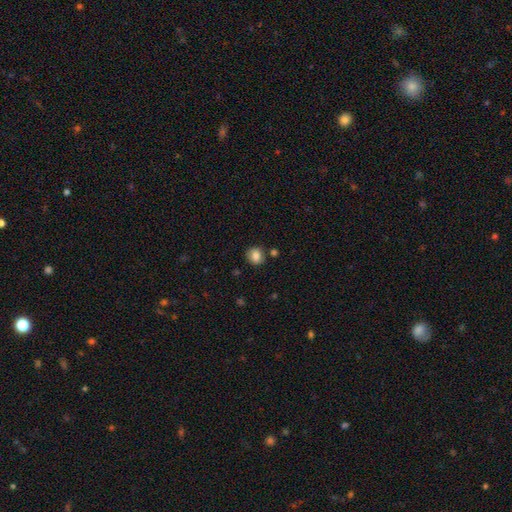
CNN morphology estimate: This appears to be a smooth galaxy with no disk features (83%) that is round (79%). Merging: none (80%).